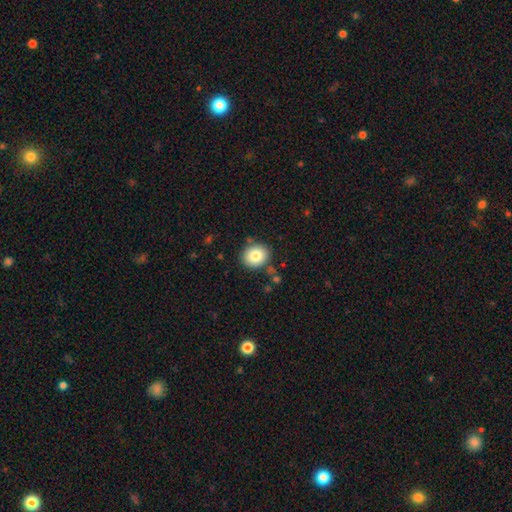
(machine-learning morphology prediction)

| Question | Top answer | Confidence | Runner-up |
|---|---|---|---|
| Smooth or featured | smooth | 82% | star or artifact (9%) |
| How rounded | round | 72% | in between (27%) |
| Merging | none | 84% | minor disturbance (10%) |